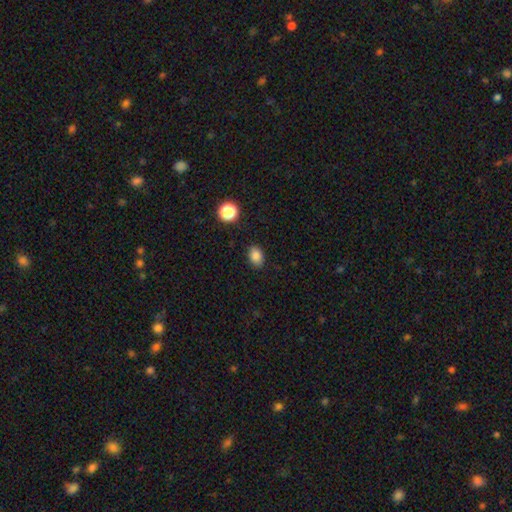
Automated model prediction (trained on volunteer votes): This is clearly a smooth galaxy (84%). How rounded: likely in between (77%). Merging: clearly none (86%).